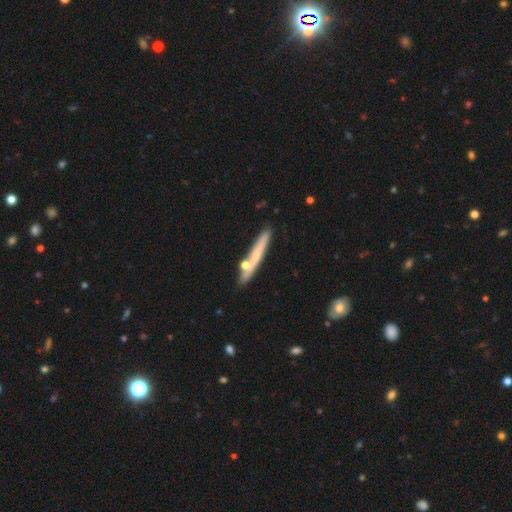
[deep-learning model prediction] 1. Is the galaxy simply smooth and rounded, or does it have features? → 52% smooth, 41% featured or disk, 7% star or artifact.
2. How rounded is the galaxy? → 95% cigar-shaped, 4% in between, 2% round.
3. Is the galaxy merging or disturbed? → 78% none, 12% minor disturbance, 8% merger, 2% major disturbance.